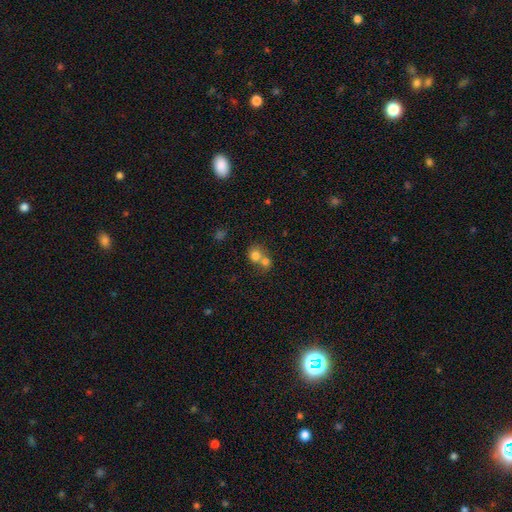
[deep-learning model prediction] Overall: smooth (75%). How rounded: round (77%). Merging: merger (64%; none 28%).